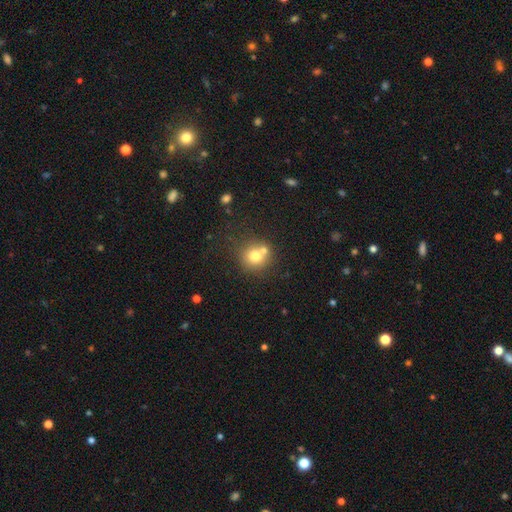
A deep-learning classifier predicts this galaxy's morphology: Smooth or featured? Predicted: smooth (p=0.73). How rounded? Predicted: round (p=0.89). Merging? Predicted: none (p=0.57).